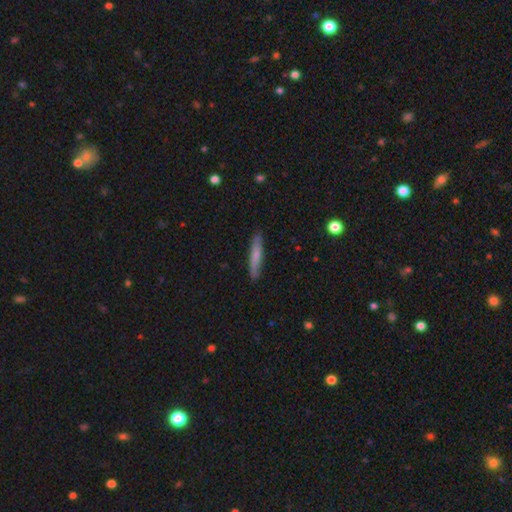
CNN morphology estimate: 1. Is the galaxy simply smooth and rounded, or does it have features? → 70% smooth, 24% featured or disk, 6% star or artifact.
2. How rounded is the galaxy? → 92% cigar-shaped, 6% in between, 1% round.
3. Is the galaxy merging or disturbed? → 87% none, 10% minor disturbance, 2% major disturbance, 1% merger.